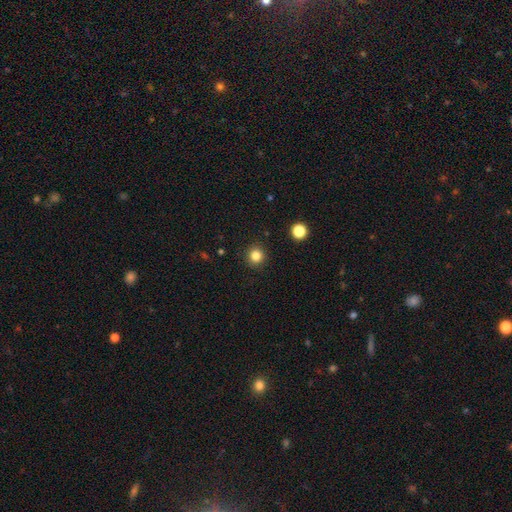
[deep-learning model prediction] Smooth or featured? Predicted: smooth (p=0.82). How rounded? Predicted: round (p=0.94). Merging? Predicted: none (p=0.92).